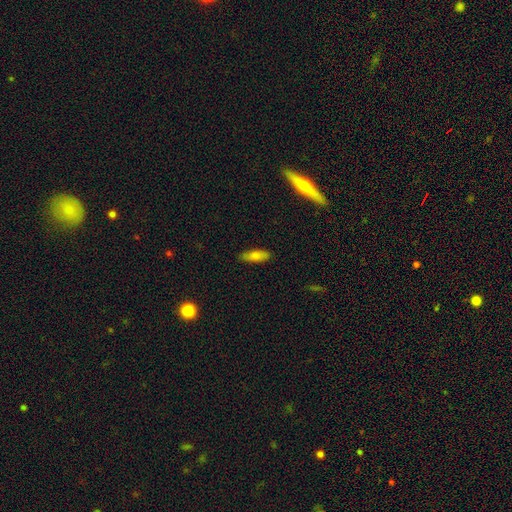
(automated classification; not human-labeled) The model was most divided on "how rounded": in between: 64%, cigar-shaped: 34%, round: 2%. More confident: merging — none (85%); smooth or featured — smooth (79%).